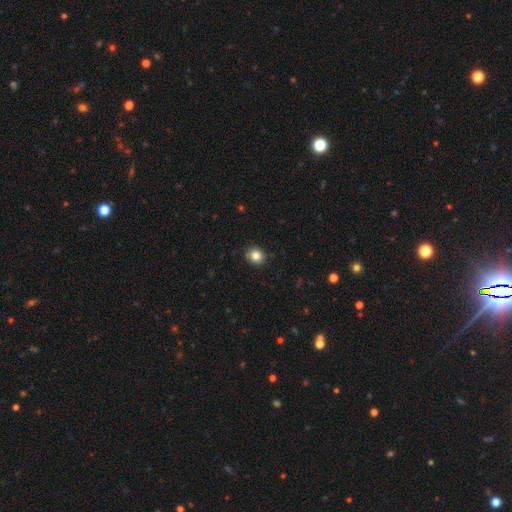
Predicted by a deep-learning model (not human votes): Morphology: type=smooth (84%); roundness=round (80%); merging=none (89%).